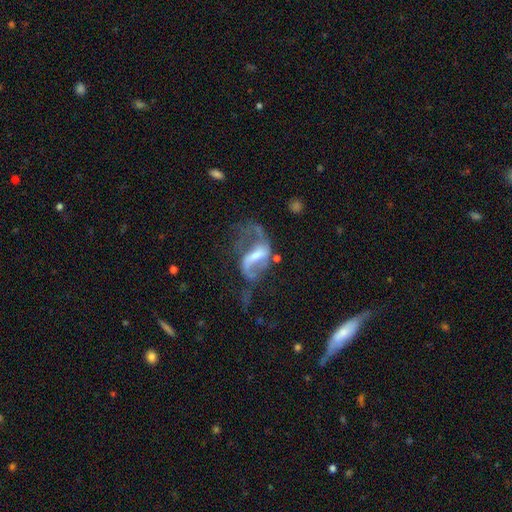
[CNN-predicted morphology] Overall: featured or disk (80%). Edge-on disk: no (96%). Bar: weak (44%; strong 37%). Spiral arms: yes (85%). Spiral arm count: 2 (78%). Spiral winding: loose (63%; medium 30%). Bulge size: moderate (43%; small 33%). Merging: major disturbance (41%; none 34%).